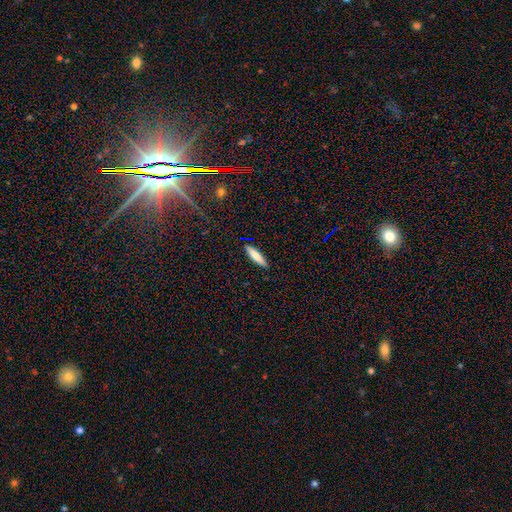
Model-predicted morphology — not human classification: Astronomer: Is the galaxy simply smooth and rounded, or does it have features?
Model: smooth — 71%.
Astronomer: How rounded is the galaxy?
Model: cigar-shaped — 80%.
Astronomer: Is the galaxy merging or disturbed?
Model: none — 90%.